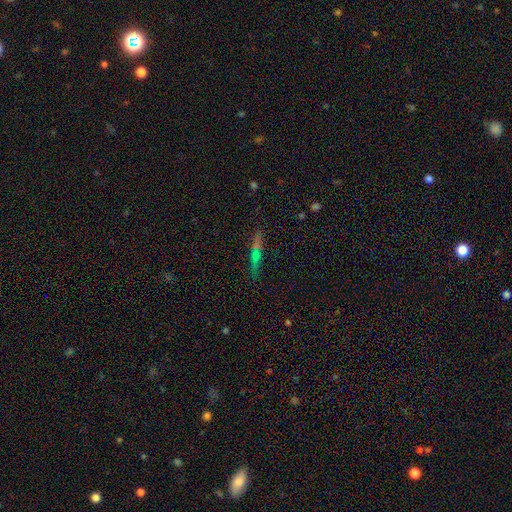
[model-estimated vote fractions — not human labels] A featured or disk galaxy (42%, tied with smooth). Merging: none (82%).